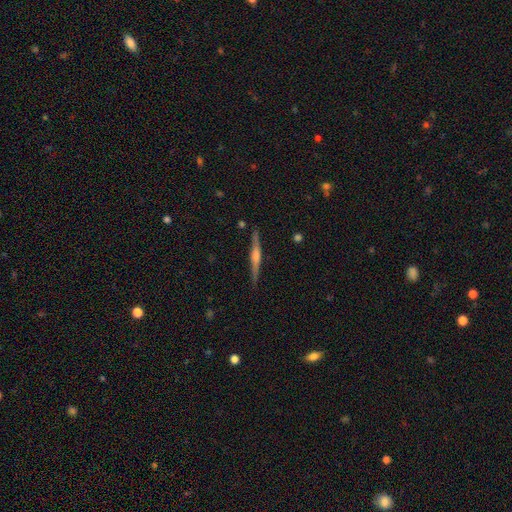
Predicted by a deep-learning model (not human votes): smooth_or_featured: featured or disk (p=0.73) [alt: smooth p=0.21]
disk_edge_on: yes (p=0.98) [alt: no p=0.02]
edge_on_bulge: rounded (p=0.71) [alt: boxy p=0.18]
merging: none (p=0.90) [alt: minor disturbance p=0.07]